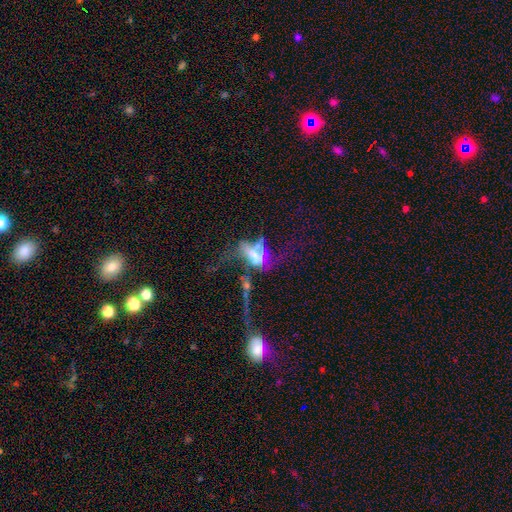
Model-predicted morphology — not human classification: Q: Smooth or featured?
A: featured or disk (51%); runner-up: smooth (30%)
Q: Edge-on disk?
A: no (83%); runner-up: yes (17%)
Q: Merging?
A: merger (39%); runner-up: major disturbance (38%)